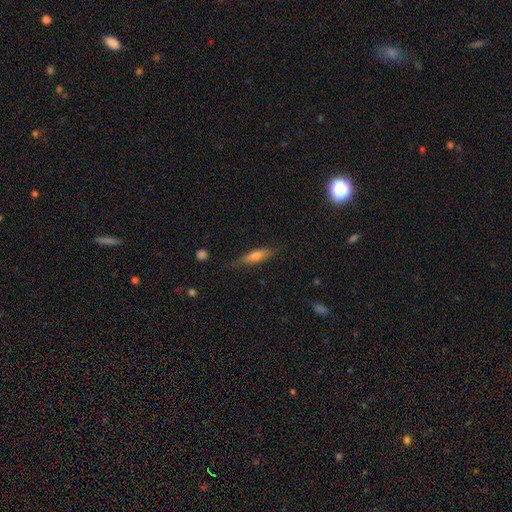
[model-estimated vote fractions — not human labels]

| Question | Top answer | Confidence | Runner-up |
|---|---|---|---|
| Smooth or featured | smooth | 60% | featured or disk (33%) |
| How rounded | cigar-shaped | 68% | in between (30%) |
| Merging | none | 75% | minor disturbance (19%) |